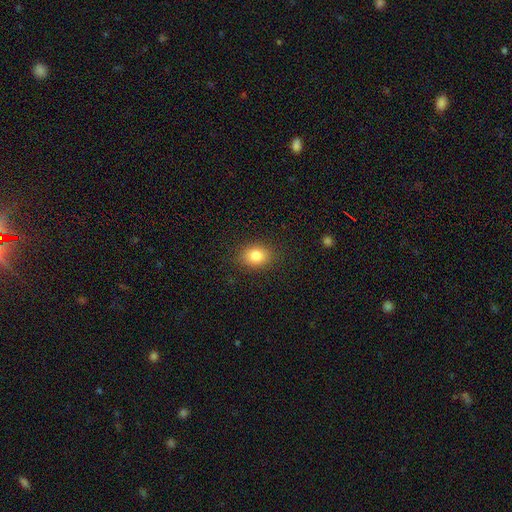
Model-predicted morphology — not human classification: Smooth or featured? smooth (83%)
How rounded? in between (64%)
Merging? none (87%)